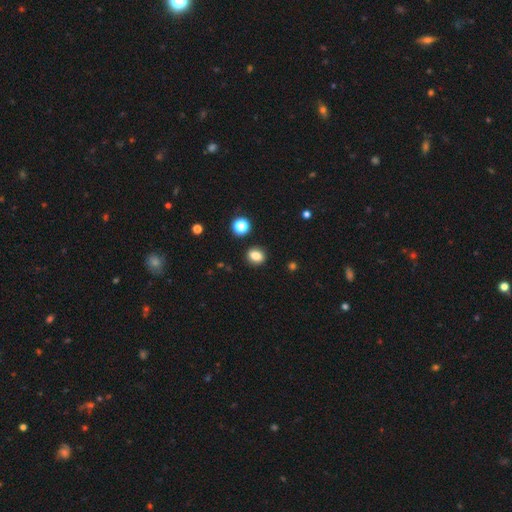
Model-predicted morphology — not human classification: smooth_or_featured: smooth (p=0.83) [alt: star or artifact p=0.11]
how_rounded: round (p=0.54) [alt: in between p=0.45]
merging: none (p=0.88) [alt: minor disturbance p=0.07]